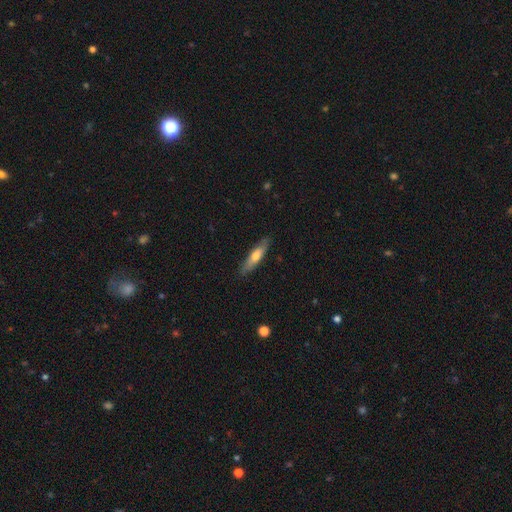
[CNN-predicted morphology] Overall: smooth (58%; featured or disk 36%). How rounded: cigar-shaped (78%). Merging: none (84%).